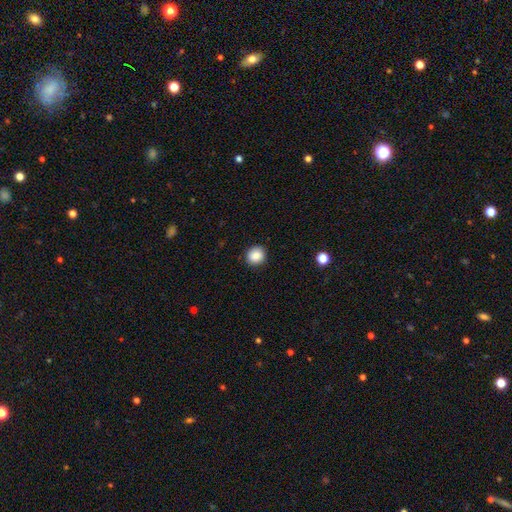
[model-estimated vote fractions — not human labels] This appears to be a smooth galaxy with no disk features (87%) that is round (82%). Merging: none (90%).